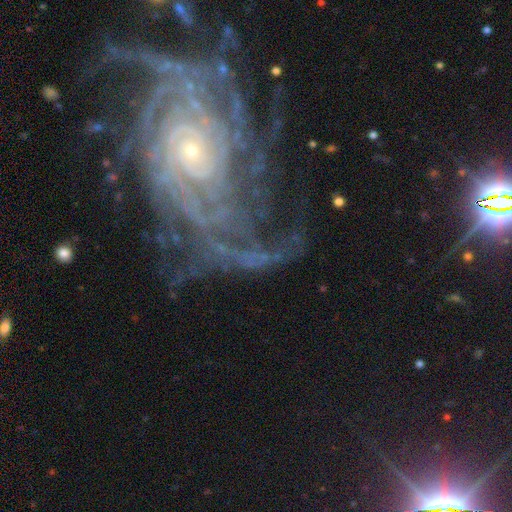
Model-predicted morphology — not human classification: smooth_or_featured: featured or disk (p=0.86) [alt: star or artifact p=0.09]
disk_edge_on: no (p=0.96) [alt: yes p=0.04]
bar: no (p=0.71) [alt: weak p=0.18]
has_spiral_arms: yes (p=0.96) [alt: no p=0.04]
spiral_winding: tight (p=0.68) [alt: medium p=0.23]
spiral_arm_count: can't tell (p=0.26) [alt: more than 4 p=0.22]
bulge_size: small (p=0.81) [alt: moderate p=0.14]
merging: none (p=0.58) [alt: major disturbance p=0.23]